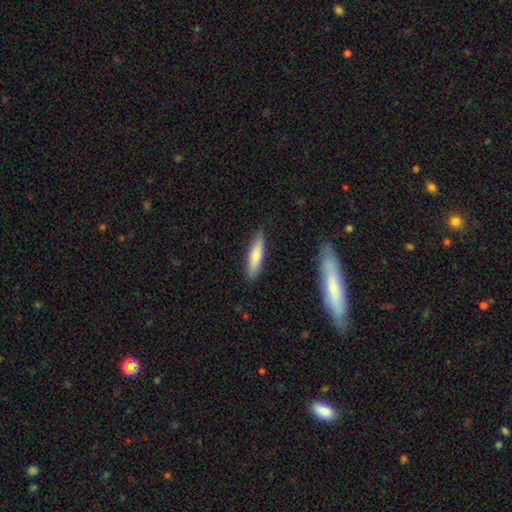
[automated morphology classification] A smooth galaxy with no disk features (70%) that is cigar-shaped (72%). Merging: none (85%).